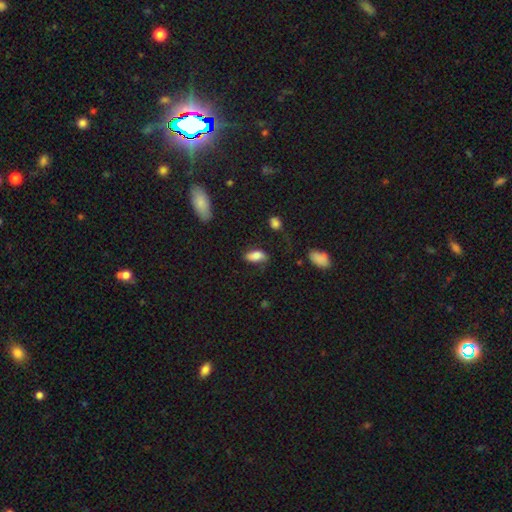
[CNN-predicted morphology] This appears to be a smooth galaxy with no disk features (82%) that is in between round and cigar-shaped (91%). Merging: none (63%).